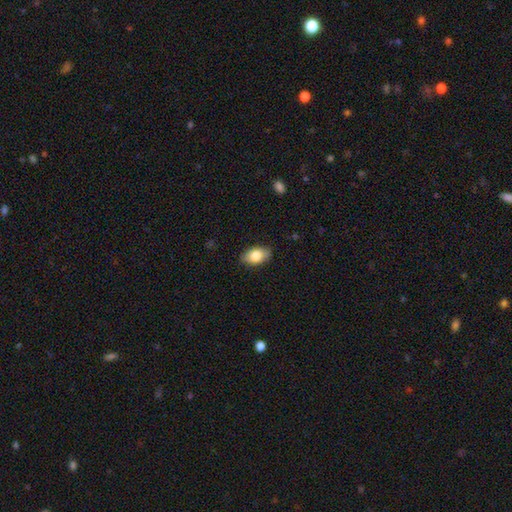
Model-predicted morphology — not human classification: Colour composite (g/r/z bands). It shows a smooth galaxy with no disk features (81%) that is in between round and cigar-shaped (90%). Merging: none (85%).